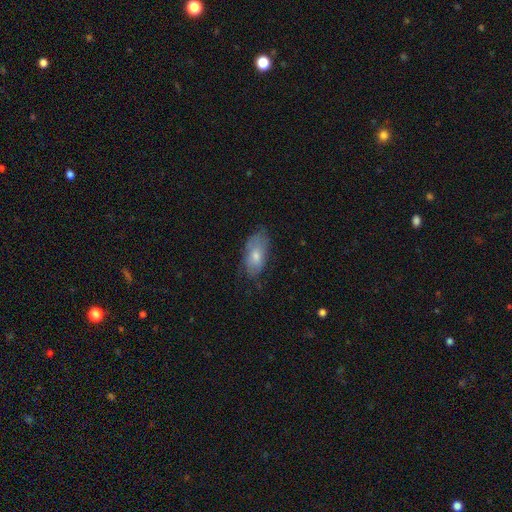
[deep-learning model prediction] Overall: smooth (67%). How rounded: in between (90%). Merging: none (59%; minor disturbance 29%).